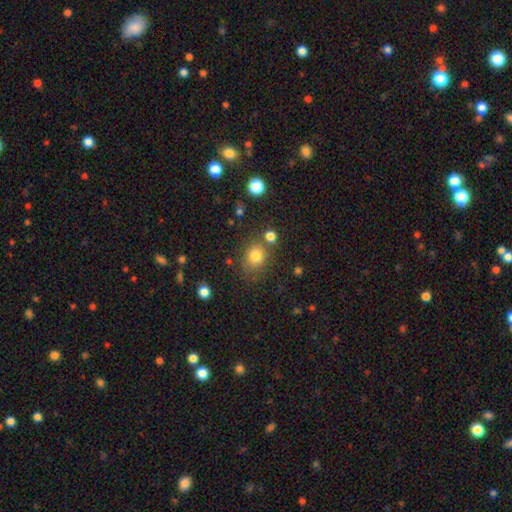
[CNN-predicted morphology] This appears to be a smooth galaxy with no disk features (79%) that is round (68%). Merging: none (70%).